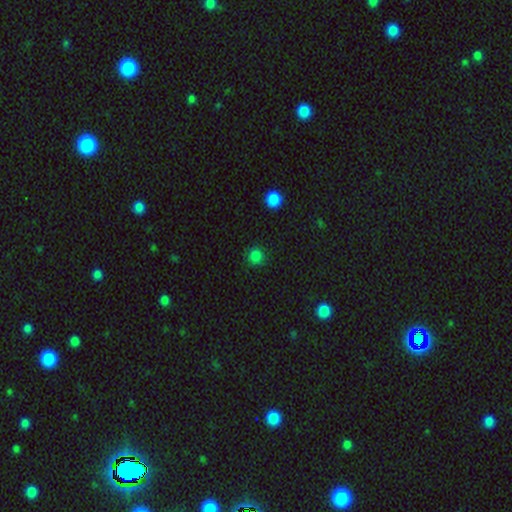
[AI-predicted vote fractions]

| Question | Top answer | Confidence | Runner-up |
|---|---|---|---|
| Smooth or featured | smooth | 82% | star or artifact (15%) |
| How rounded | round | 92% | in between (7%) |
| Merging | none | 87% | minor disturbance (8%) |